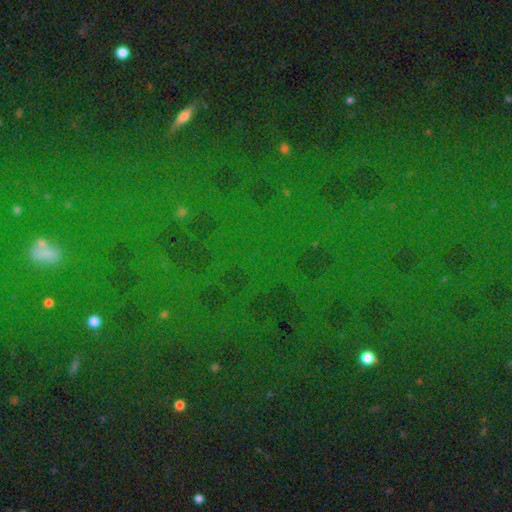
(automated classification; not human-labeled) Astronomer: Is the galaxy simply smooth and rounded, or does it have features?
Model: star or artifact — 78%.